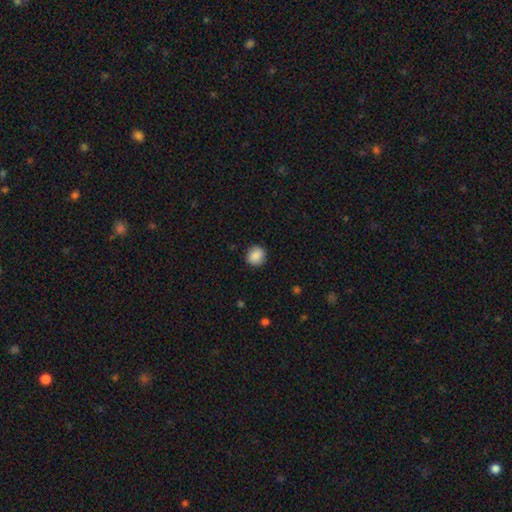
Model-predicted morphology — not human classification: A smooth galaxy with no disk features (88%) that is round (85%).

Vote fractions:
- Smooth or featured? smooth: 88% / star or artifact: 8% / featured or disk: 3%
- How rounded? round: 85% / in between: 14% / cigar-shaped: 1%
- Merging? none: 90% / minor disturbance: 7% / major disturbance: 2% / merger: 1%